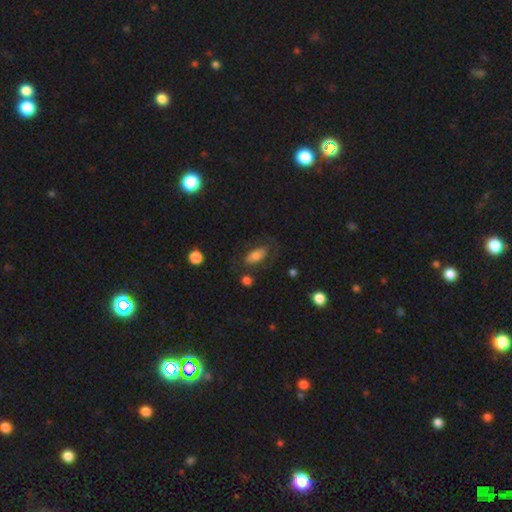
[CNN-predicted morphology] A smooth galaxy with no disk features (67%) that is in between round and cigar-shaped (85%). Merging: none (60%).